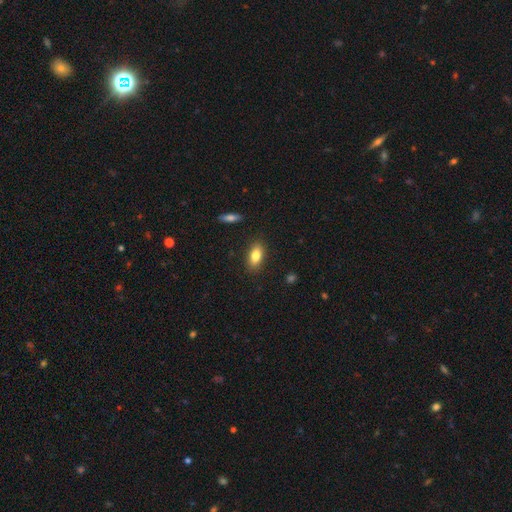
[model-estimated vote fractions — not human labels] smooth 82%, featured or disk 10%, star or artifact 7%. Down the decision tree: how rounded — in between (88%); merging — none (87%).